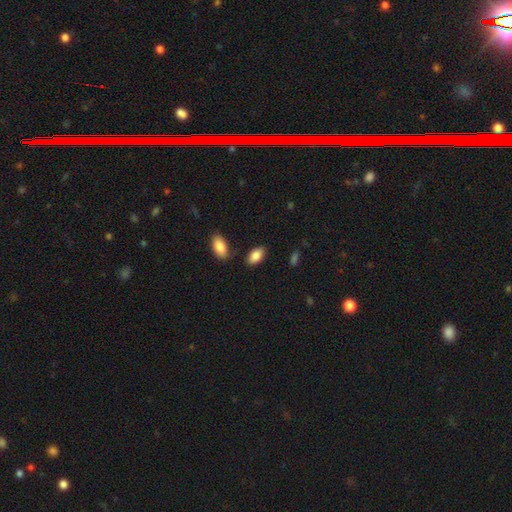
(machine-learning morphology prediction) A smooth galaxy with no disk features (86%) that is in between round and cigar-shaped (94%). Merging: none (82%).